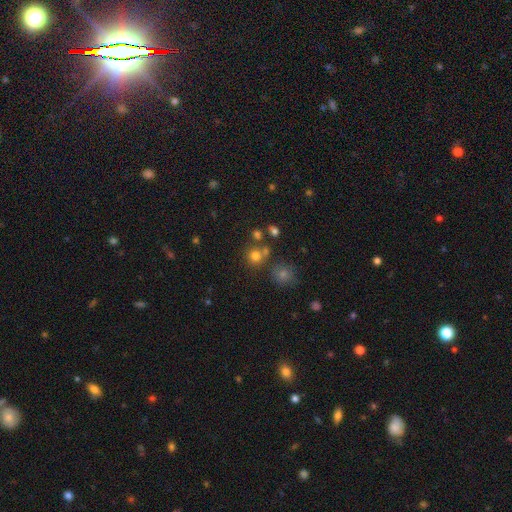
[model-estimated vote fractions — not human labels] Smooth or featured? Predicted: smooth (p=0.73). How rounded? Predicted: round (p=0.88). Merging? Predicted: none (p=0.66).